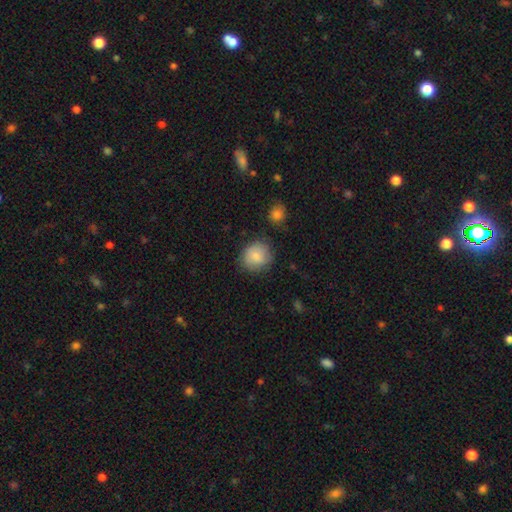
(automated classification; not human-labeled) smooth_or_featured: smooth (p=0.83) [alt: featured or disk p=0.10]
how_rounded: round (p=0.79) [alt: in between p=0.21]
merging: none (p=0.77) [alt: minor disturbance p=0.16]